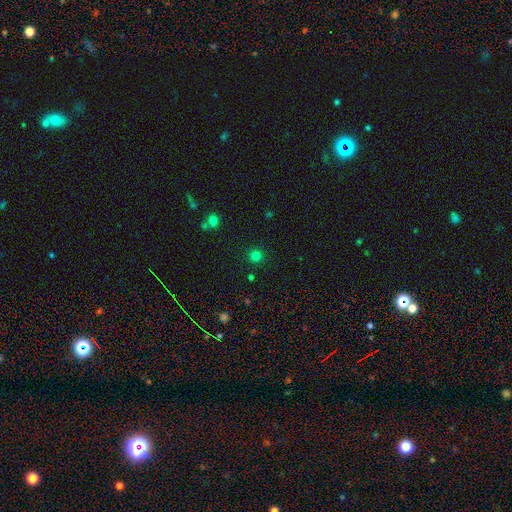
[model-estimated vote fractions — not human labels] smooth-or-featured: smooth: 78% | star or artifact: 18% | featured or disk: 4%
  how-rounded: round: 94% | in between: 5% | cigar-shaped: 1%
  merging: none: 91% | minor disturbance: 6% | major disturbance: 2% | merger: 2%